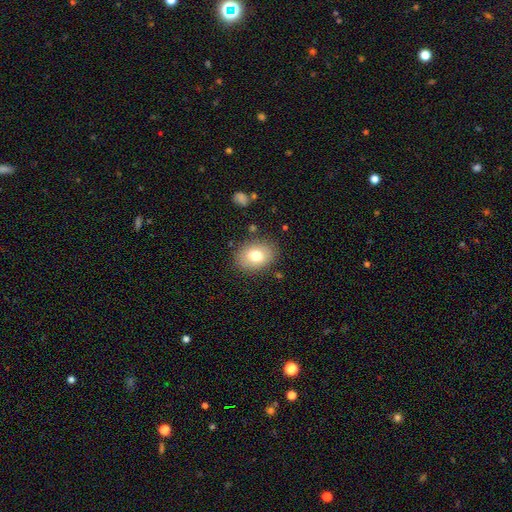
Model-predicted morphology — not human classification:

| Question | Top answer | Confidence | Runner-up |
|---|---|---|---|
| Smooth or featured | smooth | 75% | featured or disk (16%) |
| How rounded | in between | 64% | round (35%) |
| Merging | none | 84% | minor disturbance (11%) |